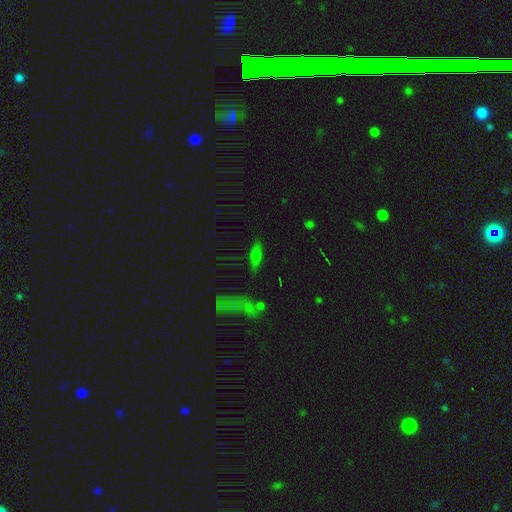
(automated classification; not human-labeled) Morphology: type=smooth (52%); roundness=in between (50%); merging=none (78%).